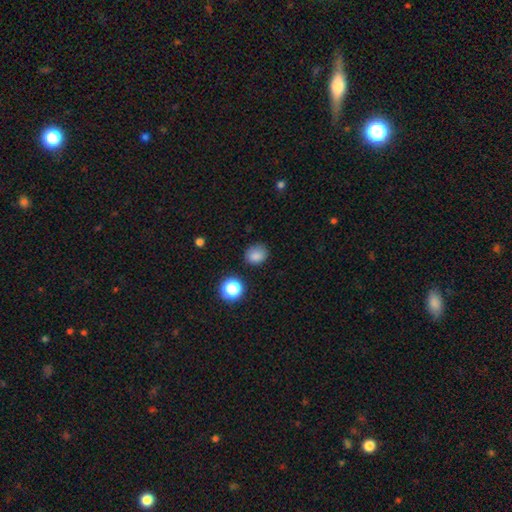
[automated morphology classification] The model was most divided on "how rounded": round: 71%, in between: 28%, cigar-shaped: 1%. More confident: smooth or featured — smooth (82%); merging — none (79%).